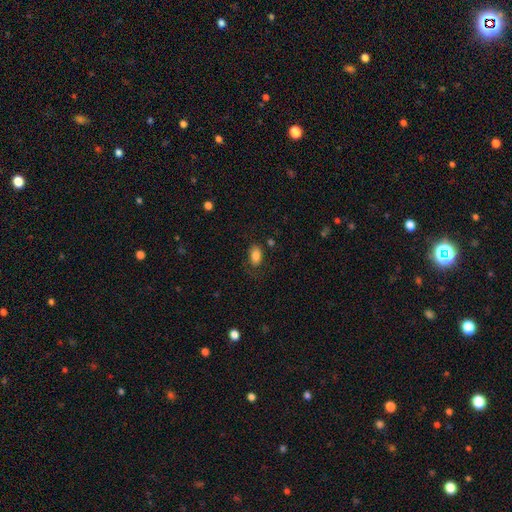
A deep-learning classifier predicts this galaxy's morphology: This appears to be a smooth galaxy with no disk features (84%) that is in between round and cigar-shaped (91%). Merging: none (71%).